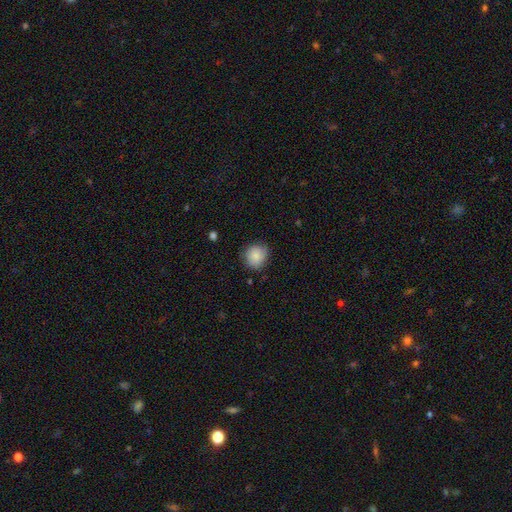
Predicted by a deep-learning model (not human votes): smooth 84%, featured or disk 9%, star or artifact 8%. Down the decision tree: how rounded — round (84%); merging — none (76%).